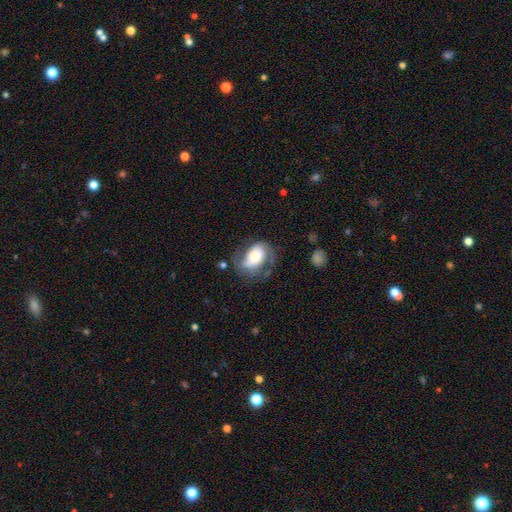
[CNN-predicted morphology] A featured or disk galaxy (56%) with no bar (54%), spiral arms (80%) and a large central bulge (39%).

Vote fractions:
- Smooth or featured? featured or disk: 56% / smooth: 36% / star or artifact: 8%
- Edge-on disk? no: 96% / yes: 4%
- Bar? no: 54% / weak: 29% / strong: 17%
- Spiral arms? yes: 80% / no: 20%
- Bulge size? large: 39% / moderate: 29% / small: 14% / dominant: 13% / none: 6%
- Merging? none: 43% / minor disturbance: 27% / major disturbance: 27% / merger: 4%